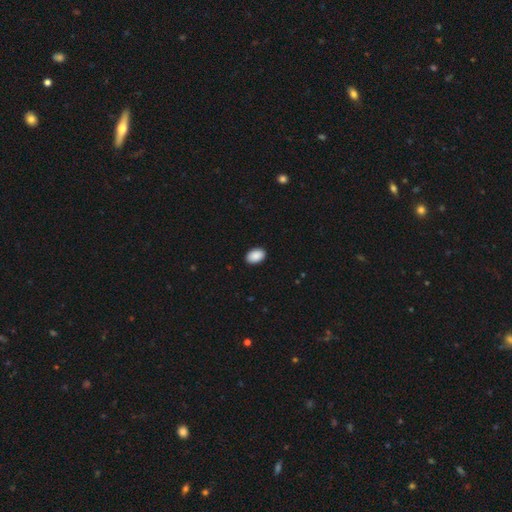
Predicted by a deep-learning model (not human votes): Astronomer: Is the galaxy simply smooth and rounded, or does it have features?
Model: smooth — 91%.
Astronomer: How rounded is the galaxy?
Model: in between — 90%.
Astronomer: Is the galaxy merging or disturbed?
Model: none — 90%.